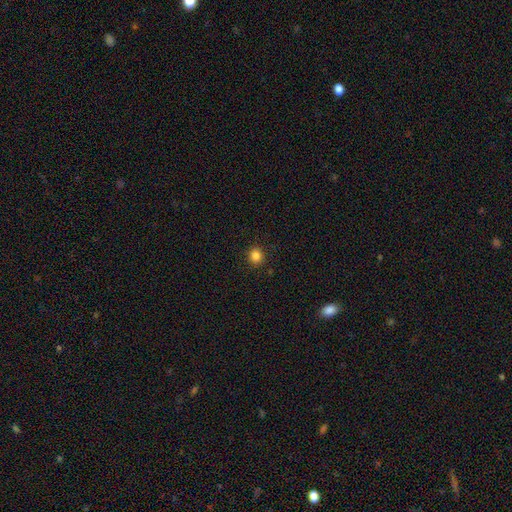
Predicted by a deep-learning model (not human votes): smooth 84%, star or artifact 12%, featured or disk 4%. Down the decision tree: how rounded — round (84%); merging — none (91%).